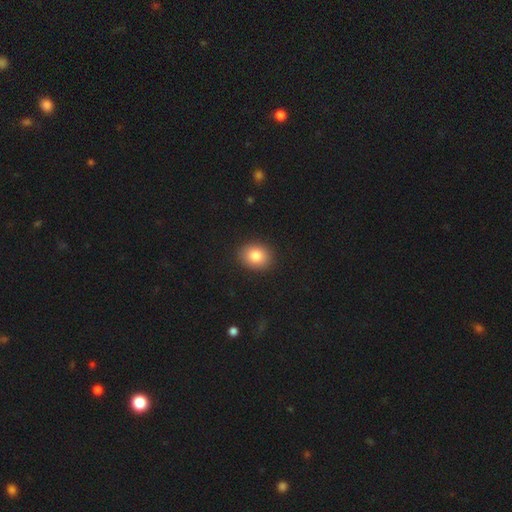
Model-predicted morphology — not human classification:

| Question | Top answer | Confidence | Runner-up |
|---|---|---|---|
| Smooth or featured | smooth | 84% | star or artifact (9%) |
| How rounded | round | 53% | in between (46%) |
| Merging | none | 90% | minor disturbance (7%) |